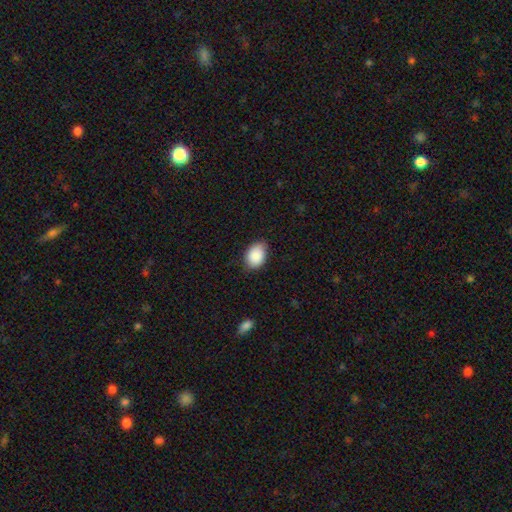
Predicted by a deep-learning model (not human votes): Smooth or featured? Predicted: smooth (p=0.89). How rounded? Predicted: in between (p=0.77). Merging? Predicted: none (p=0.77).